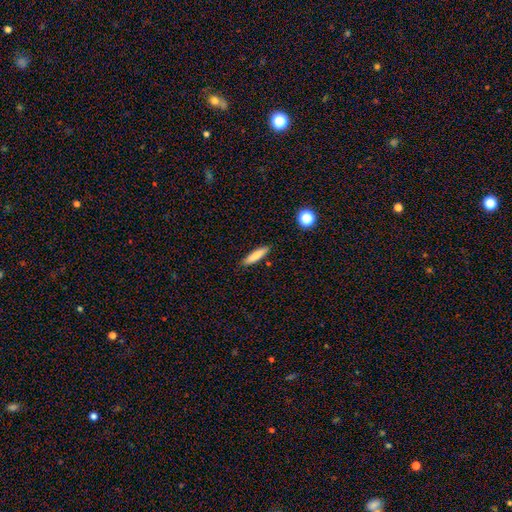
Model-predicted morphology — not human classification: A smooth galaxy with no disk features (81%) that is cigar-shaped (81%). Merging: none (87%).